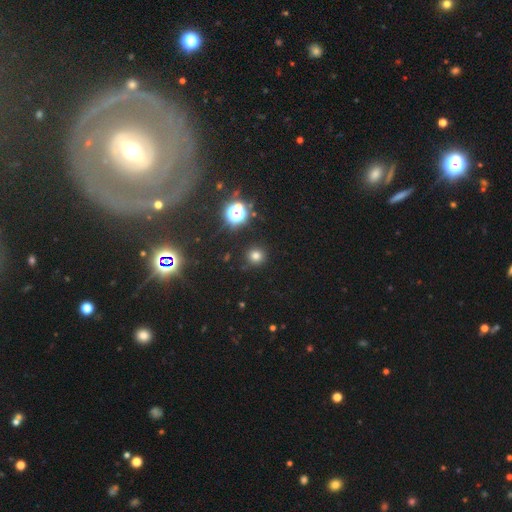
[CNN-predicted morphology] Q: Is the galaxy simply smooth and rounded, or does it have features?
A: smooth — 71%.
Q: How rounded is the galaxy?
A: round — 94%.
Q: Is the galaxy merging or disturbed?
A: none — 90%.